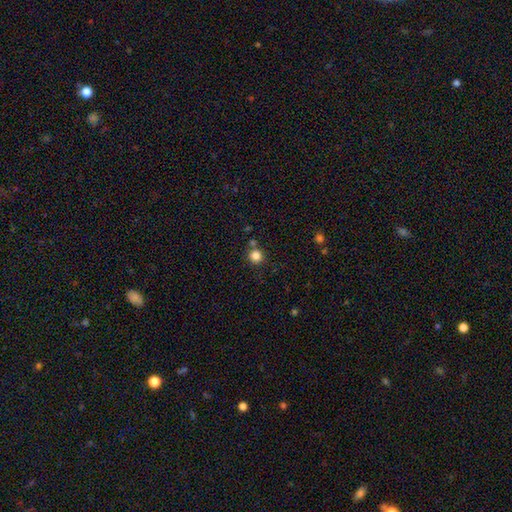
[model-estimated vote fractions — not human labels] The model was most divided on "merging": none: 78%, merger: 11%, minor disturbance: 8%, major disturbance: 3%. More confident: how rounded — round (94%); smooth or featured — smooth (84%).